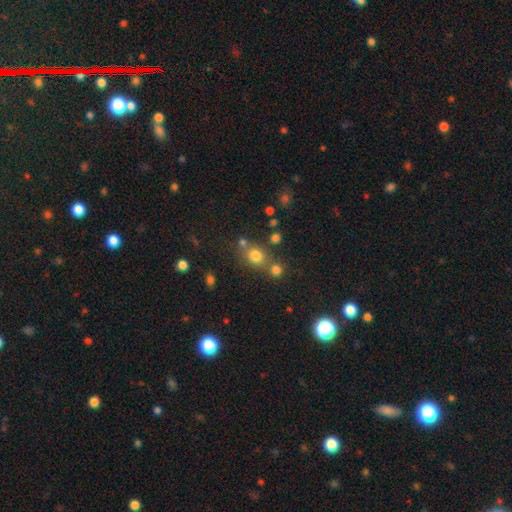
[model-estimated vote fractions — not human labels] Smooth or featured? Predicted: smooth (p=0.75). How rounded? Predicted: round (p=0.76). Merging? Predicted: none (p=0.59).